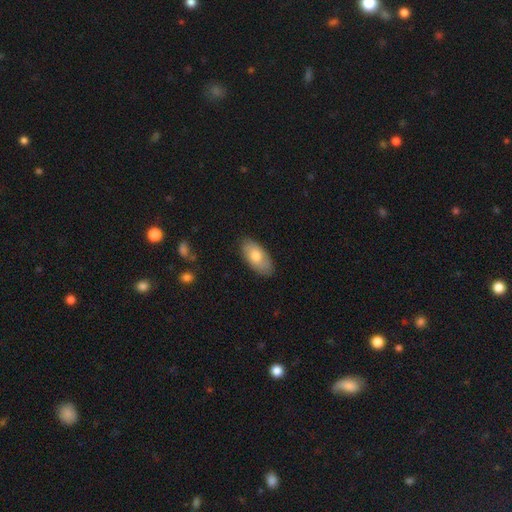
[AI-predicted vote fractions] This is likely a smooth galaxy (73%). How rounded: clearly in between (93%). Merging: clearly none (82%).